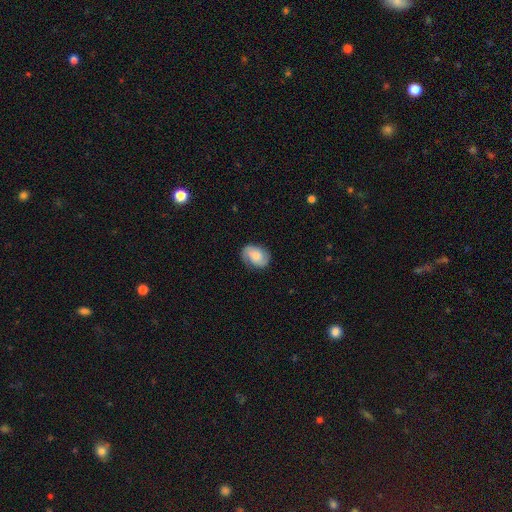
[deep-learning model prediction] Q: Smooth or featured?
A: featured or disk (49%); runner-up: smooth (43%)
Q: Merging?
A: none (75%); runner-up: minor disturbance (18%)